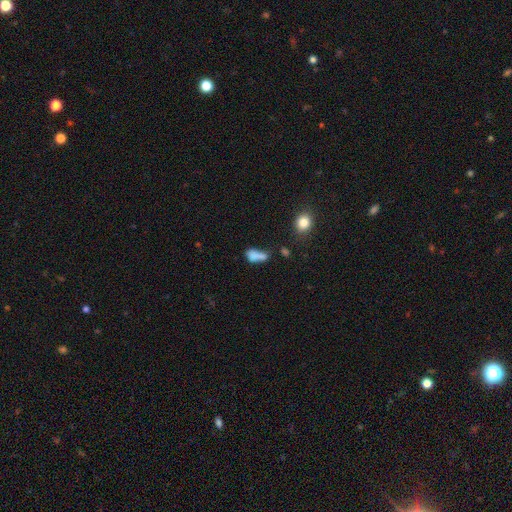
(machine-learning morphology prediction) Smooth or featured?
  - smooth: 72% *
  - featured or disk: 16%
  - star or artifact: 12%
How rounded?
  - in between: 72% *
  - cigar-shaped: 20%
  - round: 7%
Merging?
  - none: 31% *
  - merger: 27%
  - minor disturbance: 23%
  - major disturbance: 18%